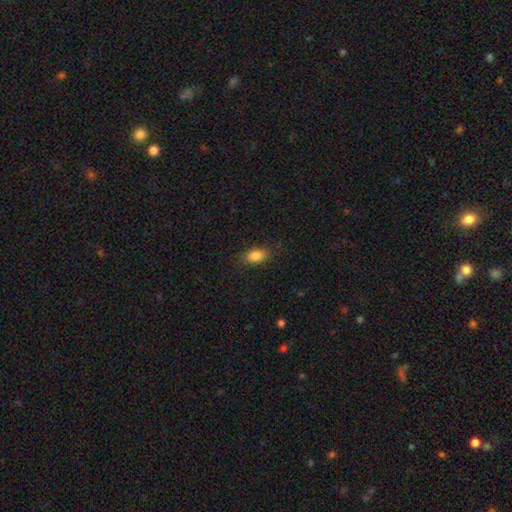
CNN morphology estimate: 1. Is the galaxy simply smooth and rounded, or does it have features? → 85% smooth, 8% star or artifact, 6% featured or disk.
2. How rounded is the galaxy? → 87% in between, 8% round, 5% cigar-shaped.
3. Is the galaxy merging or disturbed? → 82% none, 13% minor disturbance, 4% major disturbance, 1% merger.